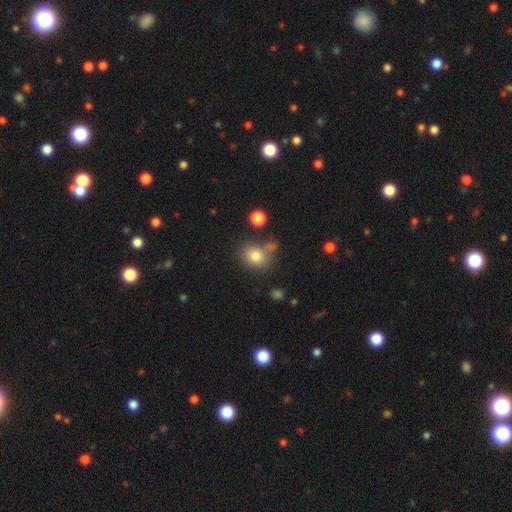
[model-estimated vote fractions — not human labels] Overall: smooth (80%). How rounded: round (64%; in between 35%). Merging: none (64%).